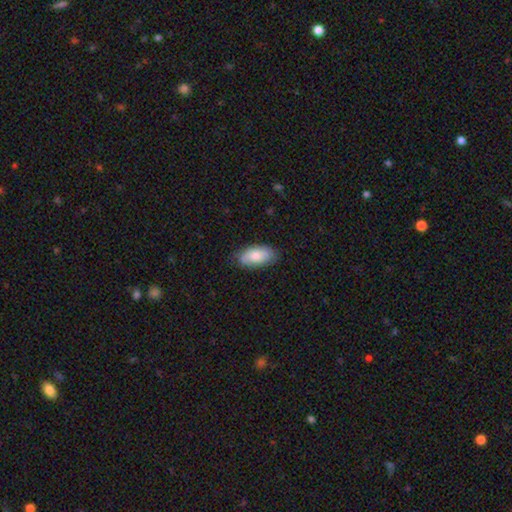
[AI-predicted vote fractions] The model was most divided on "merging": none: 78%, minor disturbance: 17%, major disturbance: 3%, merger: 1%. More confident: how rounded — in between (93%); smooth or featured — smooth (79%).